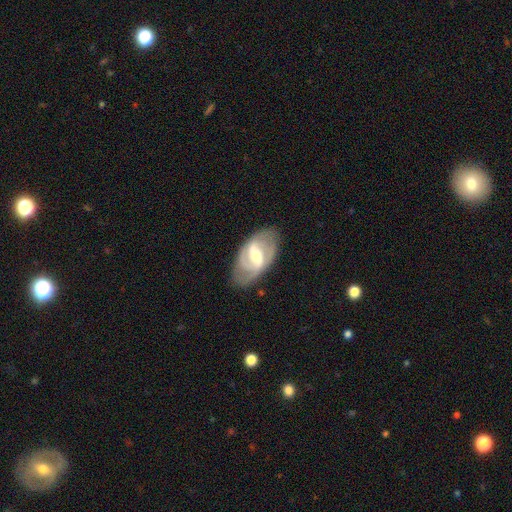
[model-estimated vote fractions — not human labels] Q: Smooth or featured?
A: featured or disk (78%); runner-up: smooth (16%)
Q: Edge-on disk?
A: no (95%); runner-up: yes (5%)
Q: Bar?
A: weak (45%); runner-up: strong (42%)
Q: Spiral arms?
A: yes (88%); runner-up: no (12%)
Q: Spiral winding?
A: medium (47%); runner-up: tight (29%)
Q: Spiral arm count?
A: 2 (58%); runner-up: 3 (17%)
Q: Bulge size?
A: moderate (59%); runner-up: small (30%)
Q: Merging?
A: none (74%); runner-up: minor disturbance (18%)